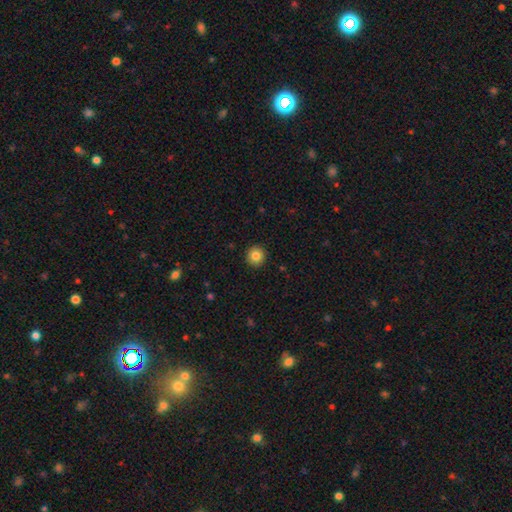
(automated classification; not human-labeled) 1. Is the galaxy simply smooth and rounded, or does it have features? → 84% smooth, 9% star or artifact, 7% featured or disk.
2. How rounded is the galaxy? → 94% round, 5% in between, 1% cigar-shaped.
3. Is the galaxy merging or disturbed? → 92% none, 5% minor disturbance, 2% major disturbance, 1% merger.